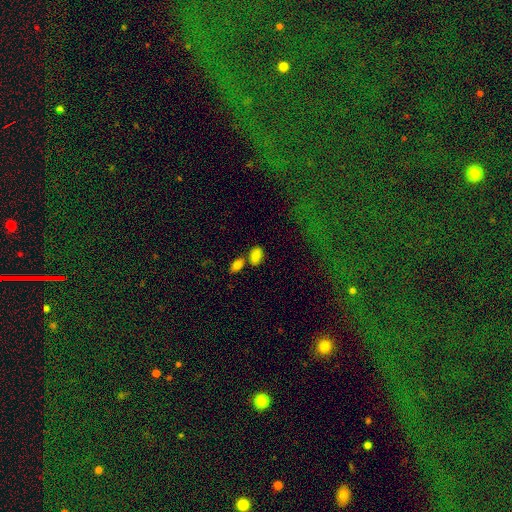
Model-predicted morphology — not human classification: type=smooth (85%); roundness=in between (90%); merging=none (58%).